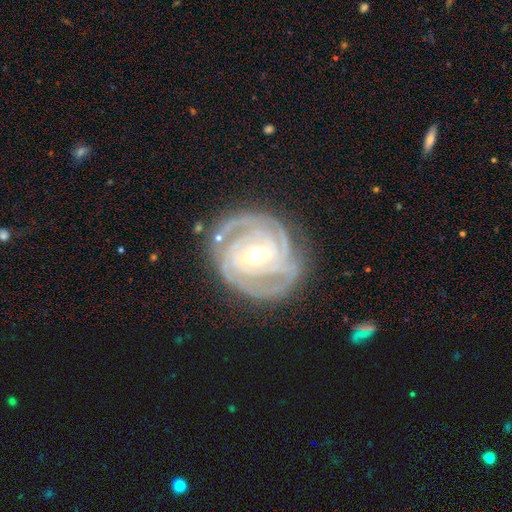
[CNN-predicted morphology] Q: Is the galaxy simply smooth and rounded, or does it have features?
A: featured or disk — 91%.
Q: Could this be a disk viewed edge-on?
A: no — 97%.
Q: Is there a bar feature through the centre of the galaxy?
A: weak — 43%, tied with strong.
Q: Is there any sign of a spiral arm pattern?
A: yes — 98%.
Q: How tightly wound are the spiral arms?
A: tight — 76%.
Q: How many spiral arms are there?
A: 3 — 35%.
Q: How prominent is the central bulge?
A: moderate — 60%.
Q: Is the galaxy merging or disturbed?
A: none — 78%.